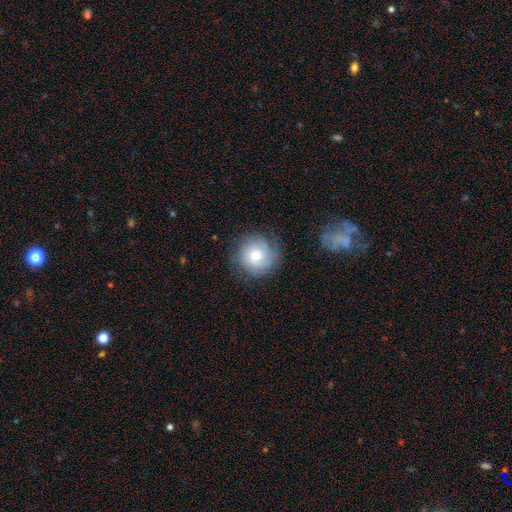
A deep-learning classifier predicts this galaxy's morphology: A smooth galaxy with no disk features (51%) that is round (93%). Merging: none (77%).